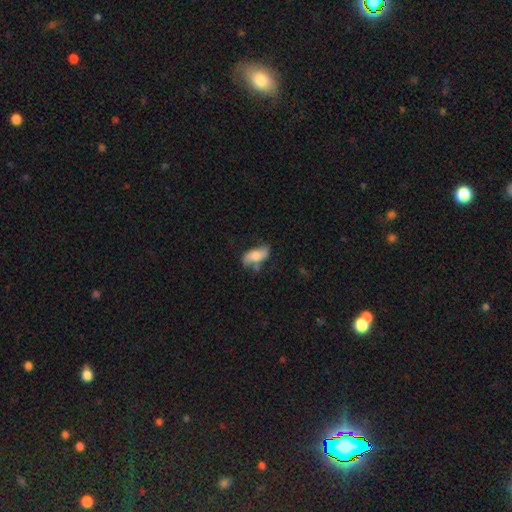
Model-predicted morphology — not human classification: This appears to be a smooth galaxy with no disk features (54%) that is in between round and cigar-shaped (85%). Merging: none (58%).